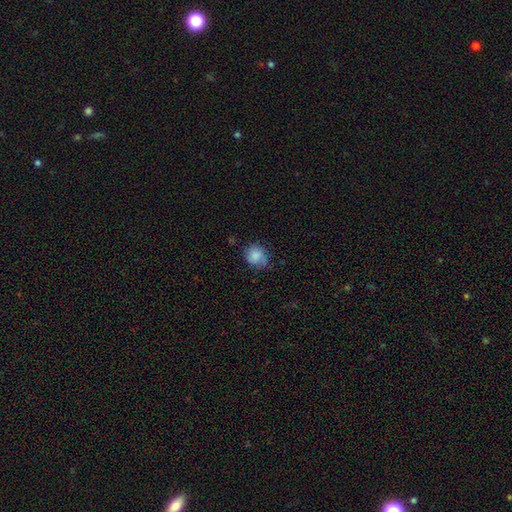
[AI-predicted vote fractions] Morphology: type=smooth (82%); roundness=round (72%); merging=none (62%).